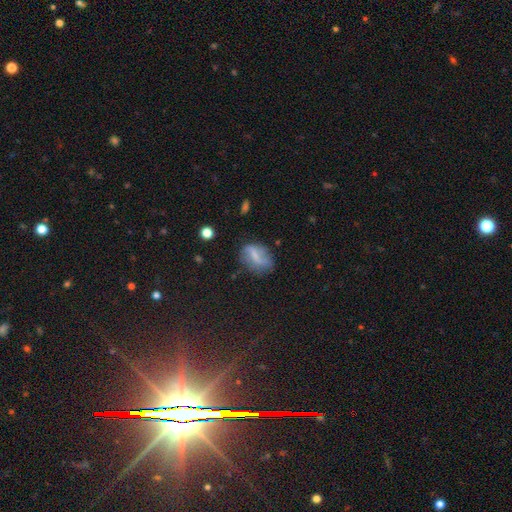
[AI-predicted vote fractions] smooth 48%, featured or disk 40%, star or artifact 12%. Down the decision tree: merging — none (56%).